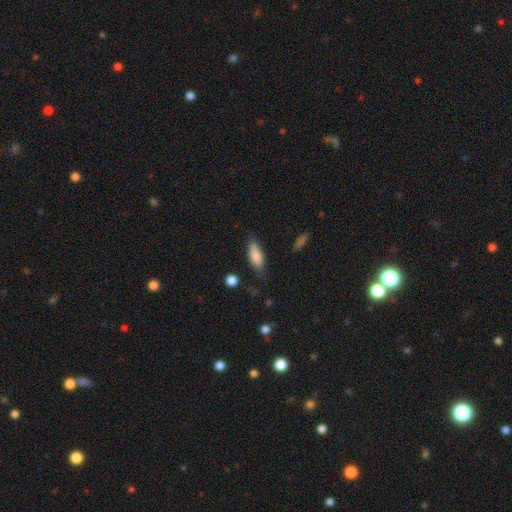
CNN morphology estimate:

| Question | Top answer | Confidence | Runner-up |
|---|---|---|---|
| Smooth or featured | smooth | 85% | featured or disk (9%) |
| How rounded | in between | 77% | cigar-shaped (21%) |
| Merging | none | 72% | minor disturbance (20%) |